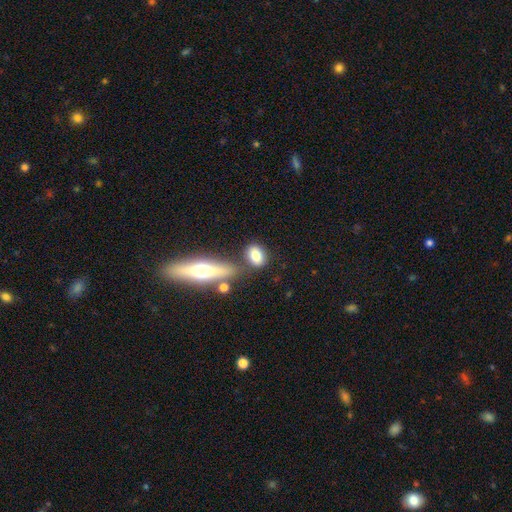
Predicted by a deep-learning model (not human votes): Smooth or featured: smooth — 80% (featured or disk — 12%)
How rounded: in between — 73% (round — 21%)
Merging: none — 64% (merger — 17%)